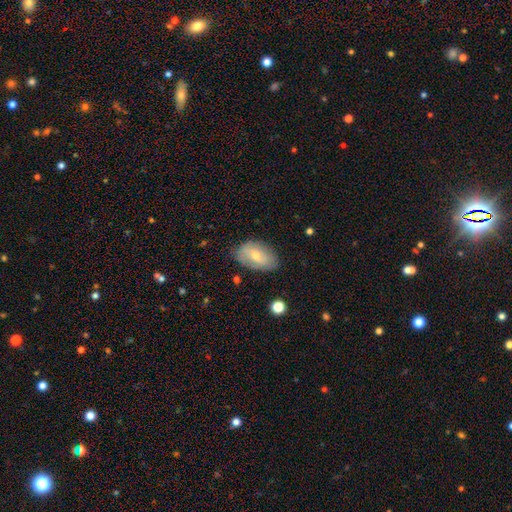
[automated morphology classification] Overall: smooth (60%; featured or disk 32%). How rounded: in between (92%). Merging: none (75%).